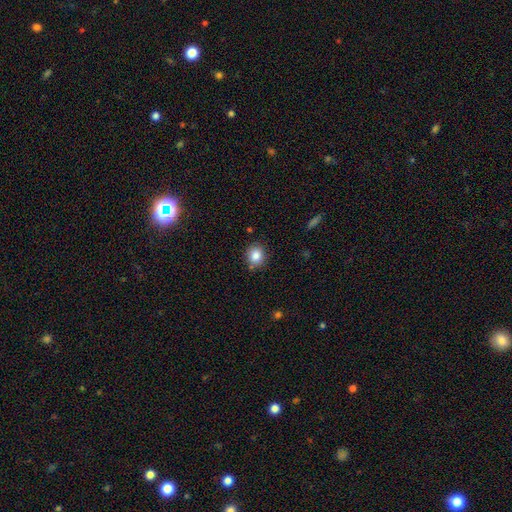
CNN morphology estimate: smooth_or_featured: smooth (p=0.84) [alt: star or artifact p=0.10]
how_rounded: round (p=0.76) [alt: in between p=0.23]
merging: none (p=0.84) [alt: minor disturbance p=0.11]